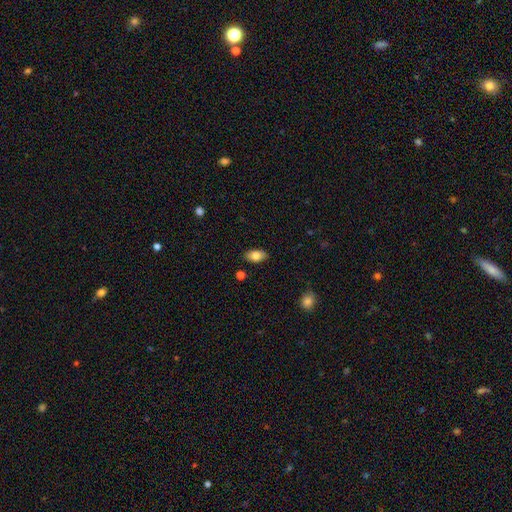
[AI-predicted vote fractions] Smooth or featured?
  - smooth: 79% *
  - featured or disk: 14%
  - star or artifact: 7%
How rounded?
  - in between: 92% *
  - round: 5%
  - cigar-shaped: 3%
Merging?
  - none: 87% *
  - minor disturbance: 10%
  - major disturbance: 2%
  - merger: 1%